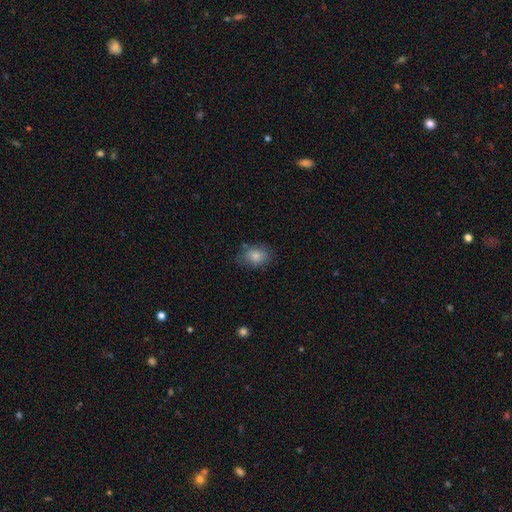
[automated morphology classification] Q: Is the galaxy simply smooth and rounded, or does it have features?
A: smooth — 83%.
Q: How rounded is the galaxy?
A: in between — 72%.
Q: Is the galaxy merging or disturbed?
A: none — 71%.